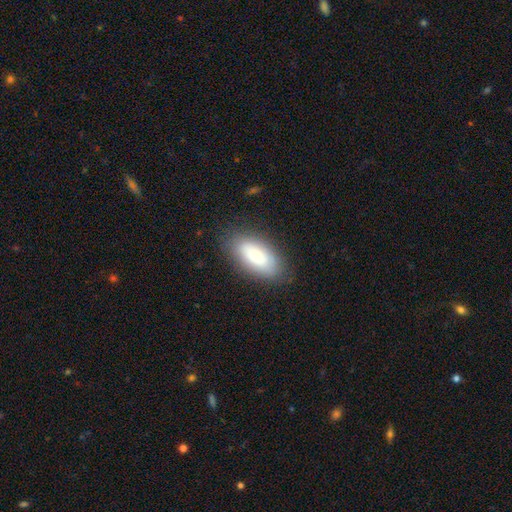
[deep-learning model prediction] This appears to be a smooth galaxy with no disk features (80%) that is in between round and cigar-shaped (90%). Merging: none (84%).